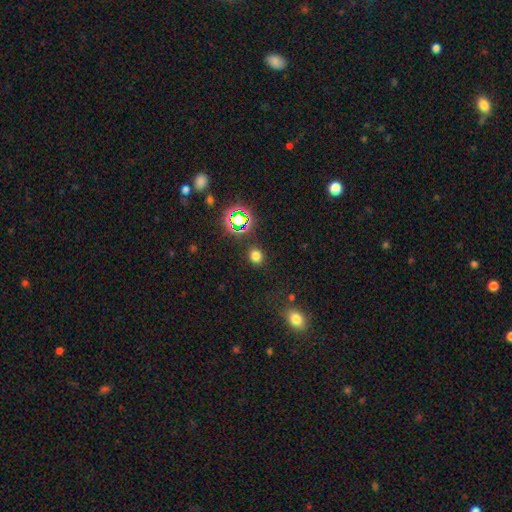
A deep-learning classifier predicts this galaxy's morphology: smooth_or_featured: smooth (p=0.73) [alt: star or artifact p=0.22]
how_rounded: round (p=0.68) [alt: in between p=0.31]
merging: none (p=0.87) [alt: minor disturbance p=0.08]